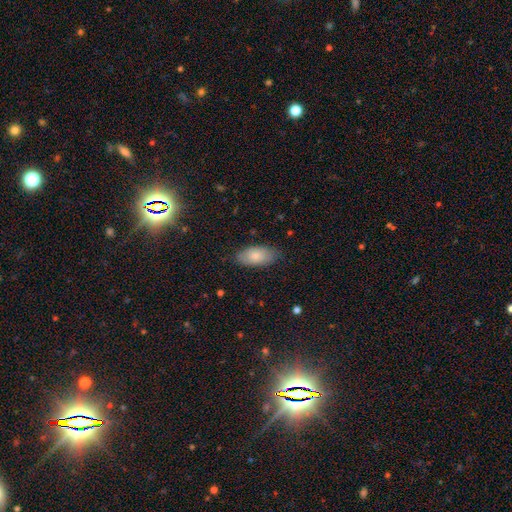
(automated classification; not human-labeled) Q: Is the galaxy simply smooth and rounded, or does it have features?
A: smooth — 76%.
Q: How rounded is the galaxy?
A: in between — 92%.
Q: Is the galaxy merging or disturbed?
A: none — 79%.